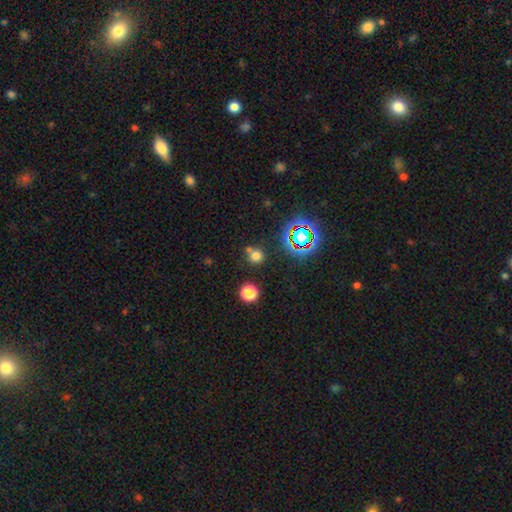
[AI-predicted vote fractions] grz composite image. It shows a smooth galaxy with no disk features (66%) that is round (88%). Merging: none (65%).